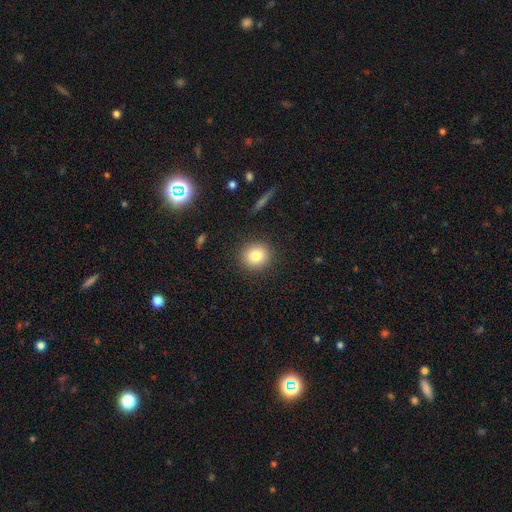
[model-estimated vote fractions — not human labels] Q: Smooth or featured?
A: smooth (81%); runner-up: star or artifact (10%)
Q: How rounded?
A: round (87%); runner-up: in between (12%)
Q: Merging?
A: none (89%); runner-up: minor disturbance (7%)